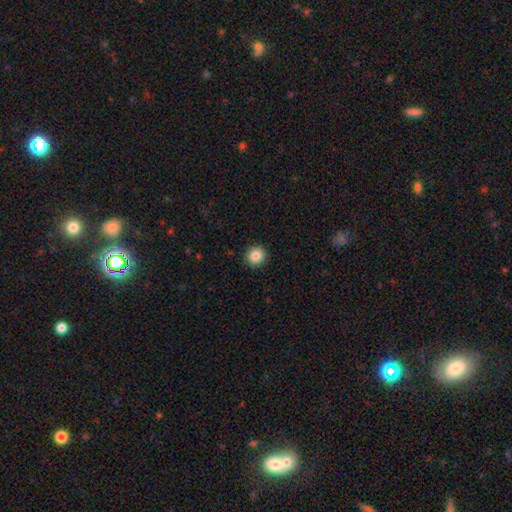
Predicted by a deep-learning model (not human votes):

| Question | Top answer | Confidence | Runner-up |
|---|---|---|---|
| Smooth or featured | smooth | 85% | star or artifact (10%) |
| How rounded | round | 92% | in between (7%) |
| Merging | none | 92% | minor disturbance (5%) |